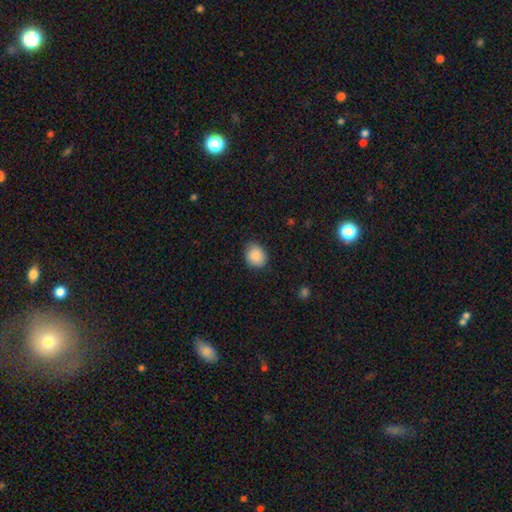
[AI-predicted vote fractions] A smooth galaxy with no disk features (88%) that is round (55%).

Vote fractions:
- Smooth or featured? smooth: 88% / star or artifact: 8% / featured or disk: 5%
- How rounded? round: 55% / in between: 44% / cigar-shaped: 1%
- Merging? none: 80% / minor disturbance: 16% / major disturbance: 3% / merger: 1%